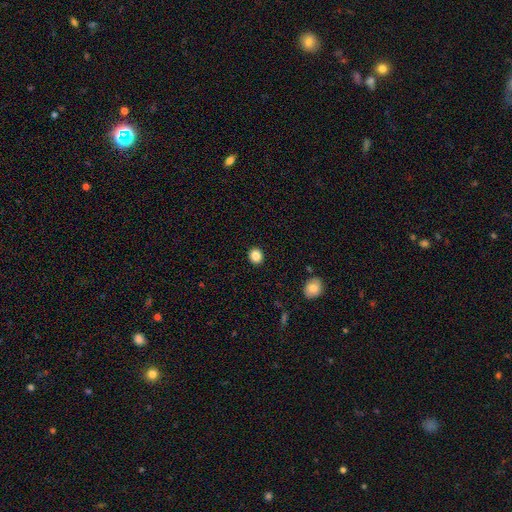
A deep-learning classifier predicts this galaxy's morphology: Smooth or featured?
  - smooth: 86% *
  - star or artifact: 10%
  - featured or disk: 4%
How rounded?
  - round: 80% *
  - in between: 19%
  - cigar-shaped: 1%
Merging?
  - none: 92% *
  - minor disturbance: 5%
  - major disturbance: 2%
  - merger: 1%